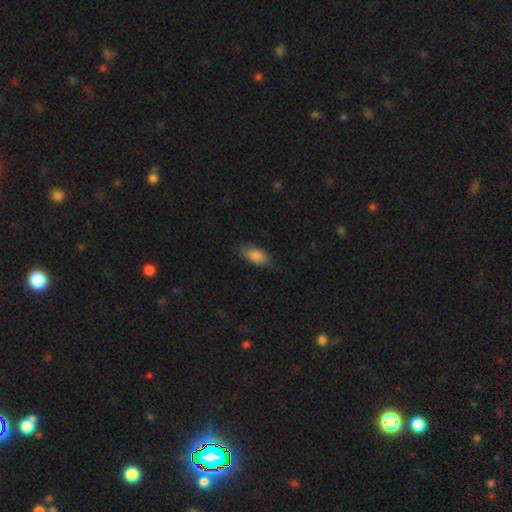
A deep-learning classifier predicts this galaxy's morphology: smooth_or_featured: smooth (p=0.86) [alt: featured or disk p=0.08]
how_rounded: in between (p=0.89) [alt: cigar-shaped p=0.08]
merging: none (p=0.79) [alt: minor disturbance p=0.17]